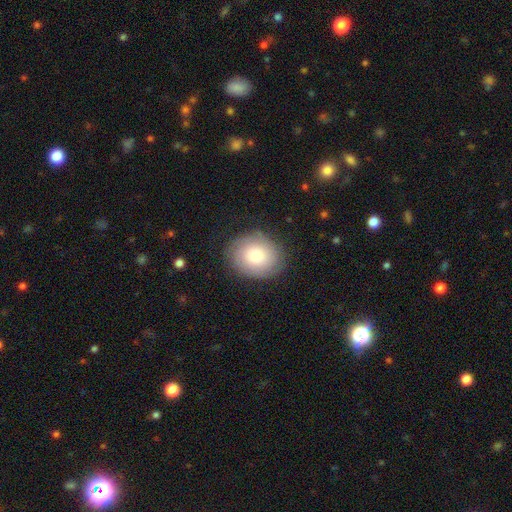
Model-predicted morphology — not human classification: Overall: smooth (70%). How rounded: round (65%; in between 34%). Merging: none (81%).